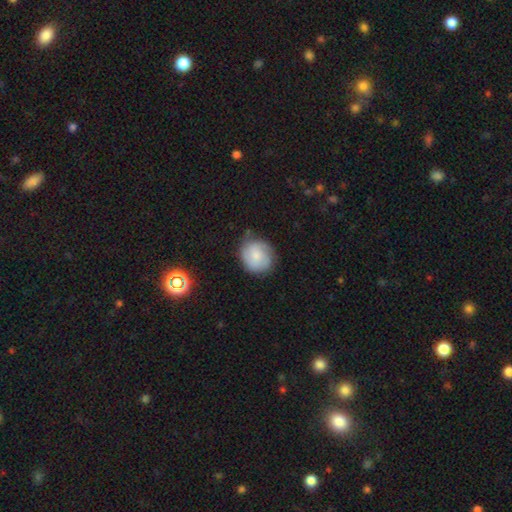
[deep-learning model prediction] smooth 48%, featured or disk 44%, star or artifact 8%. Down the decision tree: merging — none (67%).